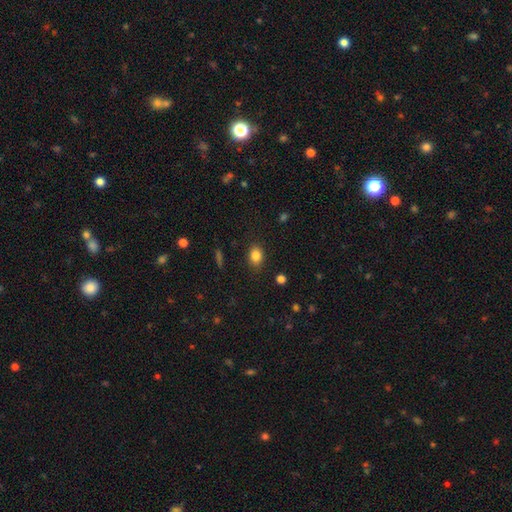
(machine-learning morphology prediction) Q: Smooth or featured?
A: smooth (84%); runner-up: star or artifact (10%)
Q: How rounded?
A: in between (65%); runner-up: round (34%)
Q: Merging?
A: none (86%); runner-up: minor disturbance (10%)